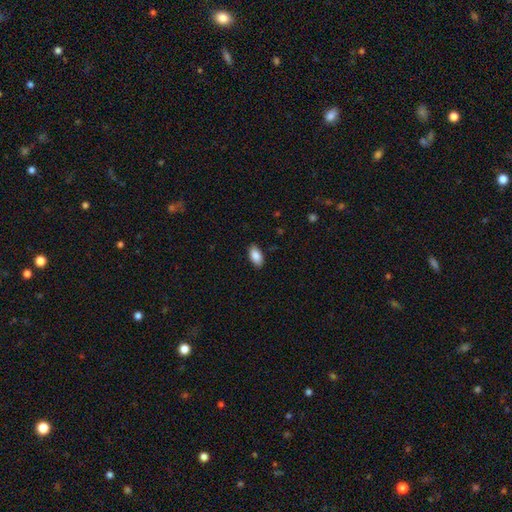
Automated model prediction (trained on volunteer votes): Smooth or featured?
  - smooth: 87% *
  - star or artifact: 7%
  - featured or disk: 6%
How rounded?
  - in between: 93% *
  - cigar-shaped: 4%
  - round: 3%
Merging?
  - none: 88% *
  - minor disturbance: 9%
  - major disturbance: 2%
  - merger: 1%